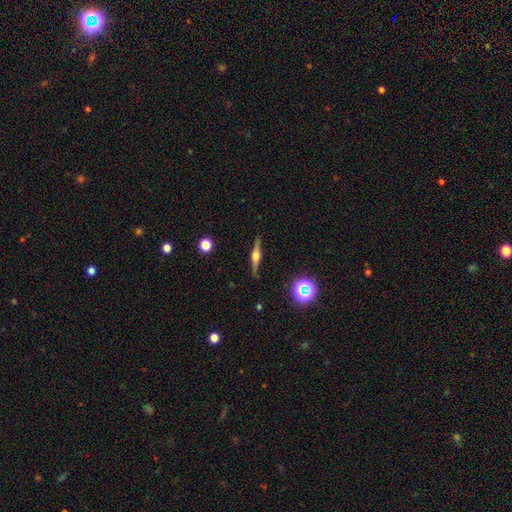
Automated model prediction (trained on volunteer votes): A featured or disk galaxy (75%) viewed edge-on (98%) with a rounded central bulge (91%). Merging: none (89%).